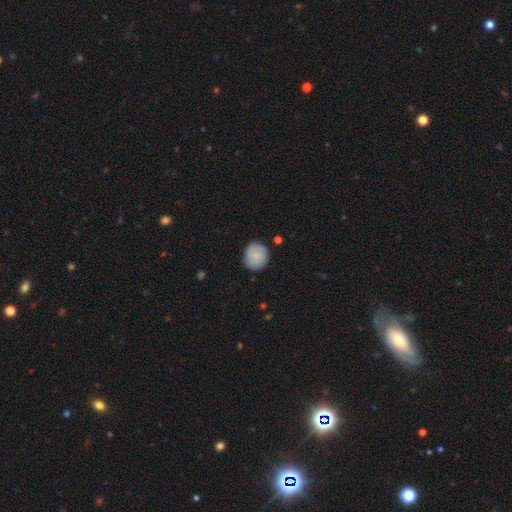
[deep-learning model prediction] A smooth galaxy with no disk features (84%) that is round (84%). Merging: none (83%).